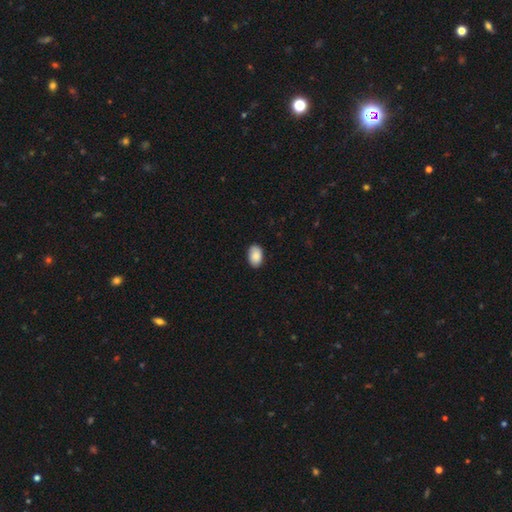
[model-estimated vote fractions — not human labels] A smooth galaxy with no disk features (89%) that is in between round and cigar-shaped (90%).

Vote fractions:
- Smooth or featured? smooth: 89% / star or artifact: 7% / featured or disk: 5%
- How rounded? in between: 90% / round: 9% / cigar-shaped: 1%
- Merging? none: 88% / minor disturbance: 9% / major disturbance: 2% / merger: 1%